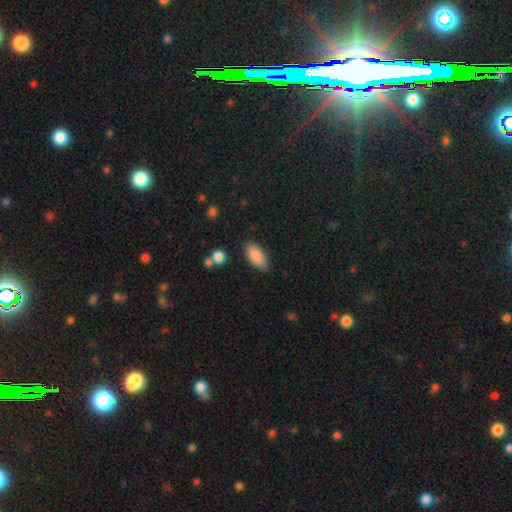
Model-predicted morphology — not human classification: smooth 87%, star or artifact 6%, featured or disk 6%. Down the decision tree: how rounded — in between (88%); merging — none (85%).